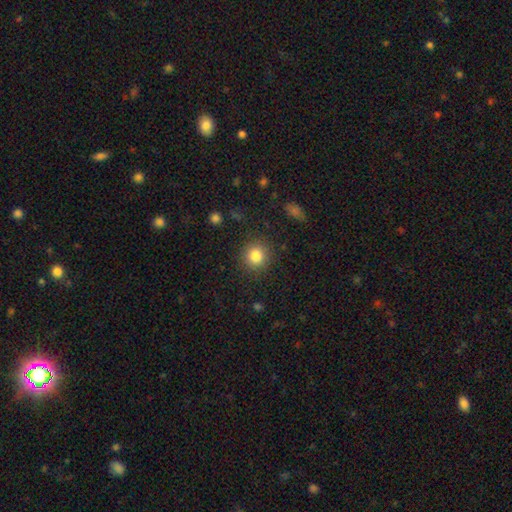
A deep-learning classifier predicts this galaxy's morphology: Smooth or featured? Predicted: smooth (p=0.84). How rounded? Predicted: round (p=0.91). Merging? Predicted: none (p=0.89).